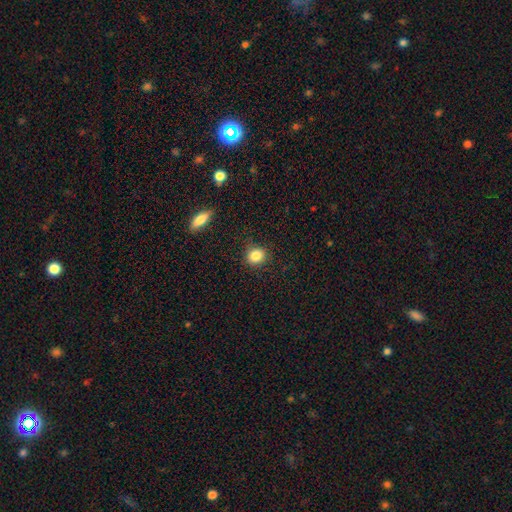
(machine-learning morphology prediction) A smooth galaxy with no disk features (84%) that is round (81%).

Vote fractions:
- Smooth or featured? smooth: 84% / star or artifact: 10% / featured or disk: 5%
- How rounded? round: 81% / in between: 18% / cigar-shaped: 1%
- Merging? none: 86% / minor disturbance: 9% / major disturbance: 3% / merger: 1%